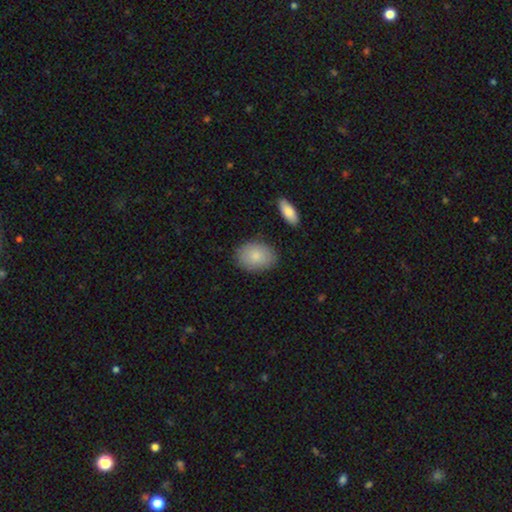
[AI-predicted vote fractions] A smooth galaxy with no disk features (85%) that is in between round and cigar-shaped (79%). Merging: none (83%).